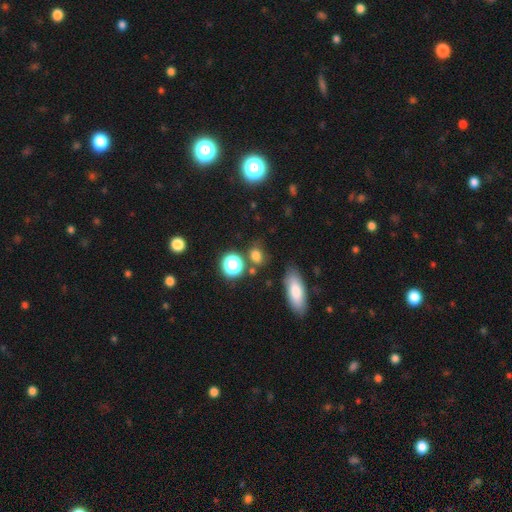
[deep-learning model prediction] A smooth galaxy with no disk features (72%) that is round (57%). Merging: none (72%).